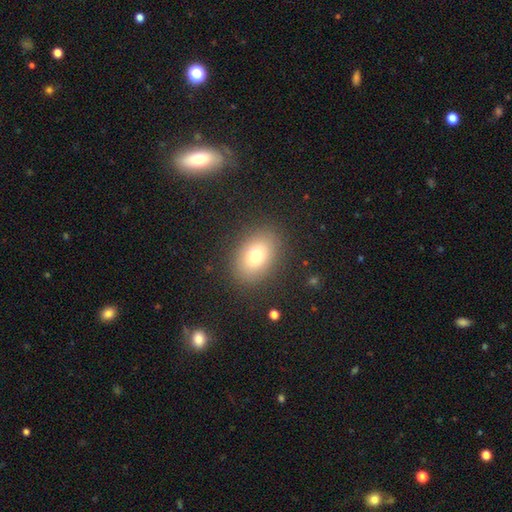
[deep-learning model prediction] Q: Smooth or featured?
A: smooth (75%); runner-up: featured or disk (14%)
Q: How rounded?
A: in between (80%); runner-up: round (19%)
Q: Merging?
A: none (86%); runner-up: minor disturbance (9%)